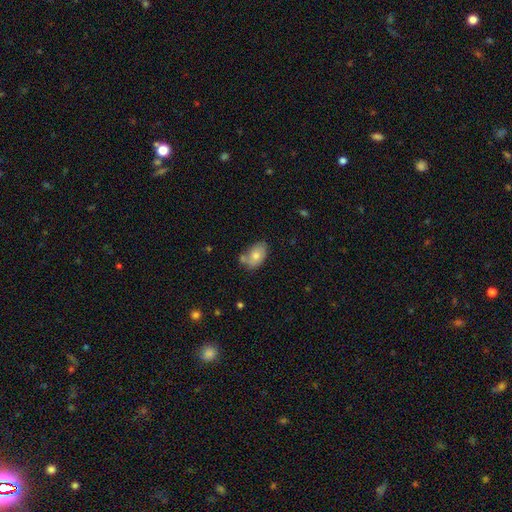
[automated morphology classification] Q: Smooth or featured?
A: smooth (72%); runner-up: featured or disk (19%)
Q: How rounded?
A: in between (89%); runner-up: round (10%)
Q: Merging?
A: none (56%); runner-up: minor disturbance (21%)